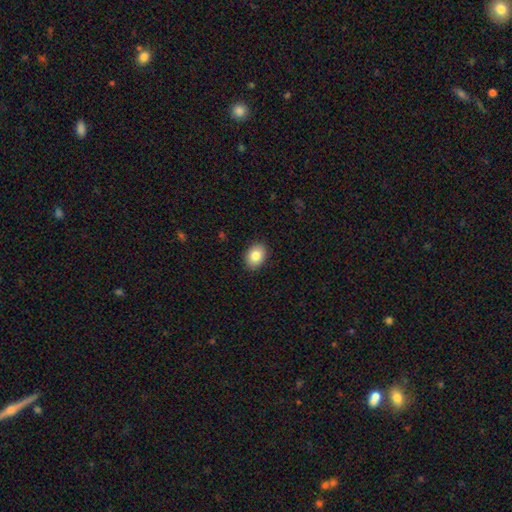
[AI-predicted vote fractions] Overall: smooth (84%). How rounded: in between (67%; round 32%). Merging: none (90%).